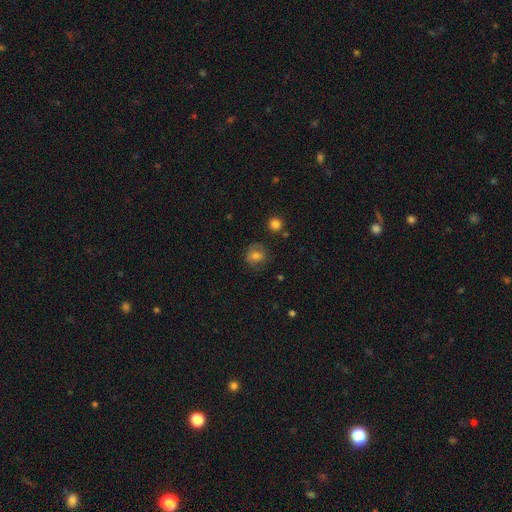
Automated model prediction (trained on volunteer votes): Morphology: type=smooth (69%); roundness=round (78%); merging=none (74%).